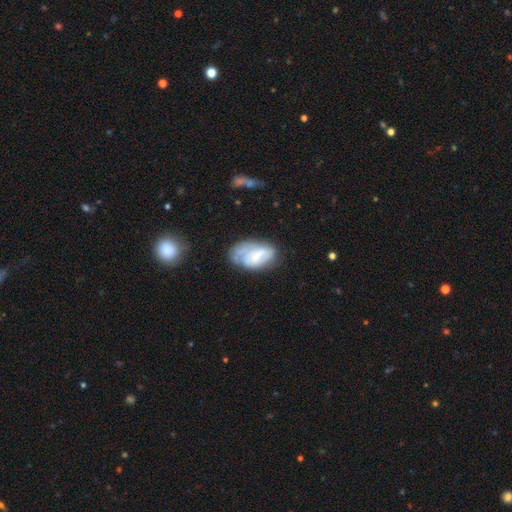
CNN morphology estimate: A smooth galaxy with no disk features (46%, tied with featured or disk). Merging: none (41%).